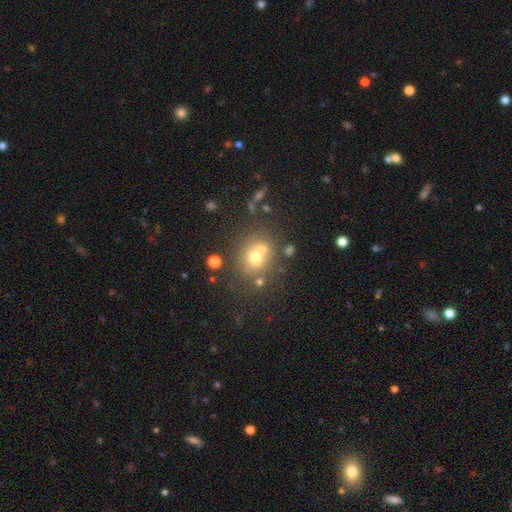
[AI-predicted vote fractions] This is possibly a smooth galaxy (56%). How rounded: likely round (71%). Merging: marginally none (44%).